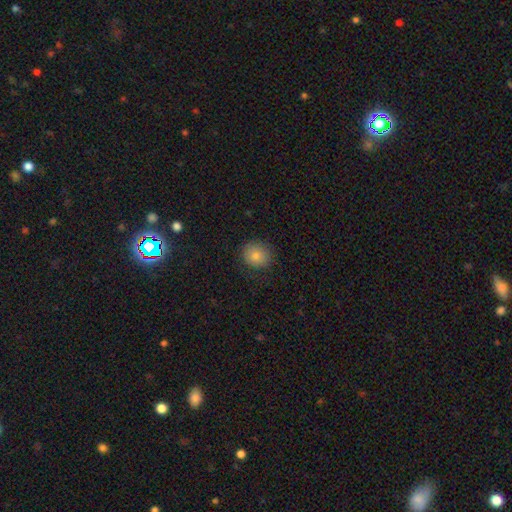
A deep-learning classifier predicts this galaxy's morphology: Q: Smooth or featured?
A: smooth (77%); runner-up: star or artifact (14%)
Q: How rounded?
A: round (84%); runner-up: in between (15%)
Q: Merging?
A: none (85%); runner-up: minor disturbance (11%)